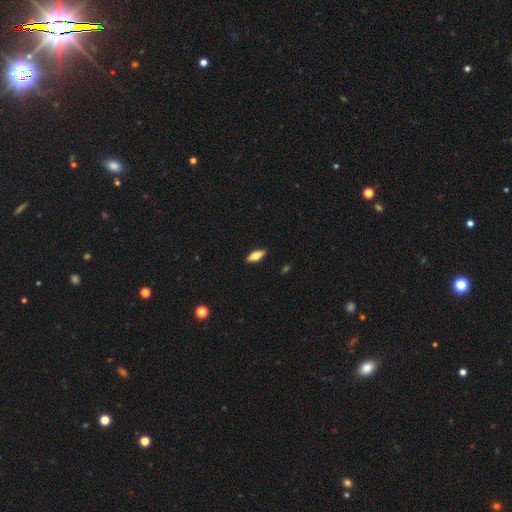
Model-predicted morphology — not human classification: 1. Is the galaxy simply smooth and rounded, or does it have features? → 56% smooth, 37% featured or disk, 7% star or artifact.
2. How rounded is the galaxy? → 71% in between, 26% cigar-shaped, 3% round.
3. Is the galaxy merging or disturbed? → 90% none, 7% minor disturbance, 2% major disturbance, 1% merger.